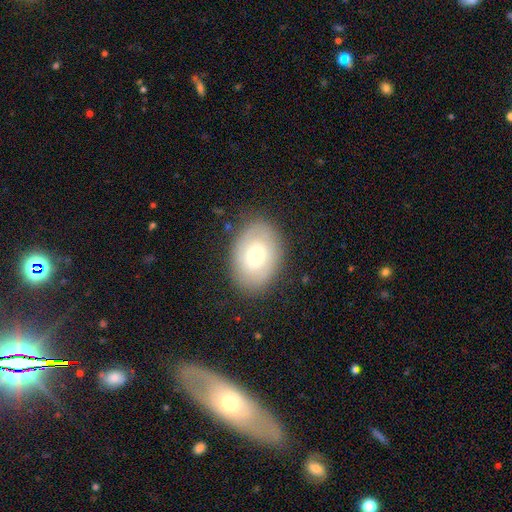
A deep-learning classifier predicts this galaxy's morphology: A smooth galaxy with no disk features (61%) that is in between round and cigar-shaped (77%). Merging: none (83%).